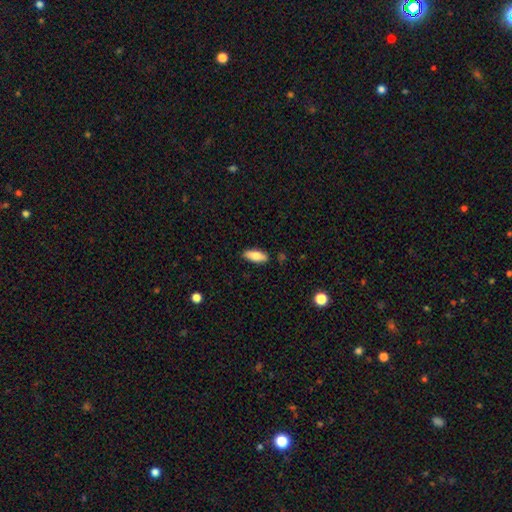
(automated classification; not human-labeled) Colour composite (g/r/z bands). It shows a smooth galaxy with no disk features (81%) that is in between round and cigar-shaped (72%). Merging: none (87%).